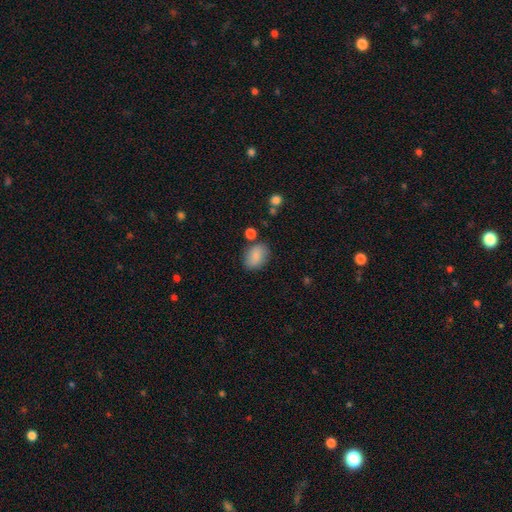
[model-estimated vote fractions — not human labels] Smooth or featured: smooth — 83% (featured or disk — 9%)
How rounded: in between — 75% (round — 23%)
Merging: none — 78% (minor disturbance — 14%)